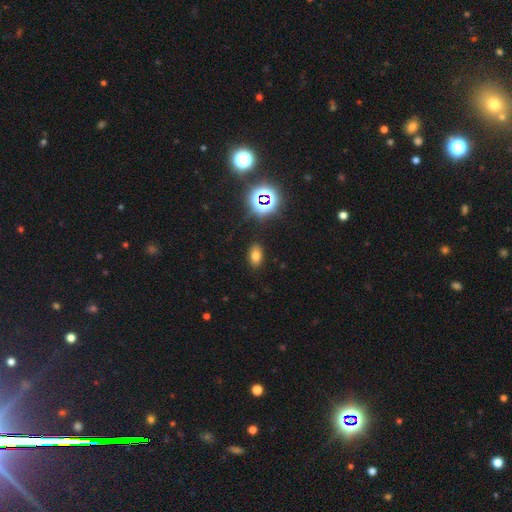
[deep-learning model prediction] A smooth galaxy with no disk features (68%) that is in between round and cigar-shaped (87%).

Vote fractions:
- Smooth or featured? smooth: 68% / star or artifact: 23% / featured or disk: 9%
- How rounded? in between: 87% / round: 12% / cigar-shaped: 2%
- Merging? none: 87% / minor disturbance: 9% / major disturbance: 3% / merger: 2%